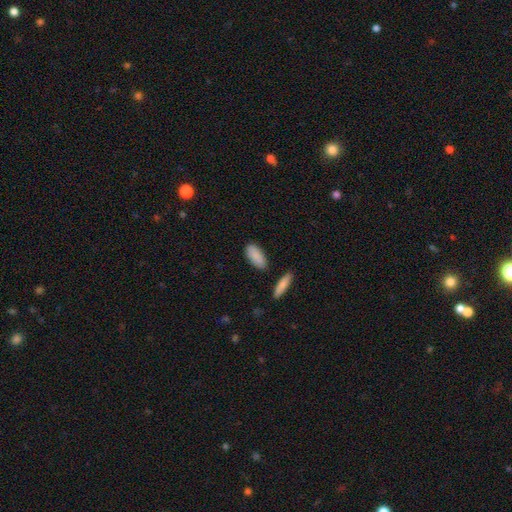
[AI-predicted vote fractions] smooth_or_featured: smooth (p=0.87) [alt: featured or disk p=0.07]
how_rounded: in between (p=0.86) [alt: cigar-shaped p=0.12]
merging: none (p=0.81) [alt: minor disturbance p=0.12]